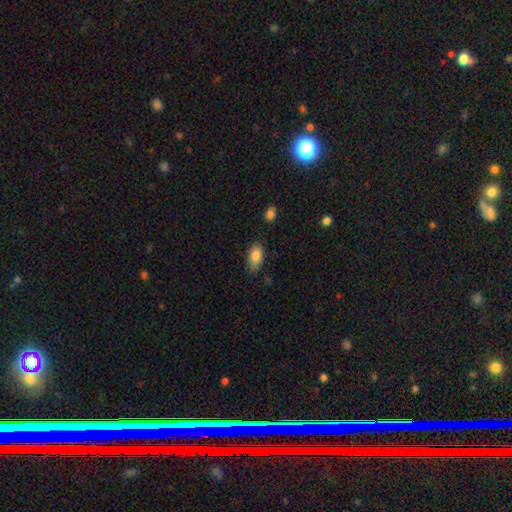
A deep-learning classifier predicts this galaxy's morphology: The model was most divided on "merging": none: 77%, minor disturbance: 18%, major disturbance: 3%, merger: 2%. More confident: how rounded — in between (91%); smooth or featured — smooth (84%).